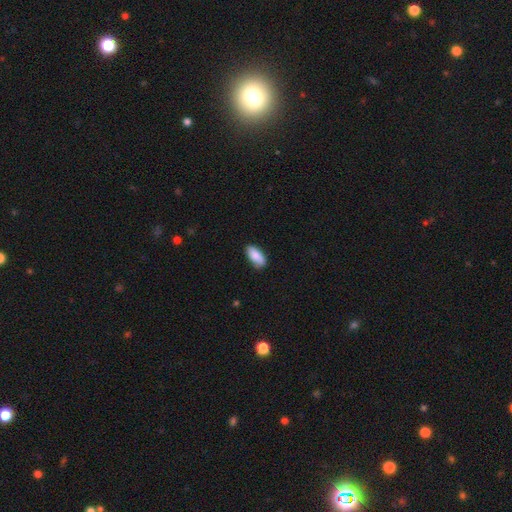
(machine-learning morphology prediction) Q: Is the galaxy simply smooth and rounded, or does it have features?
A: smooth — 88%.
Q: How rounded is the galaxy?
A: in between — 88%.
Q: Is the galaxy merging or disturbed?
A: none — 82%.